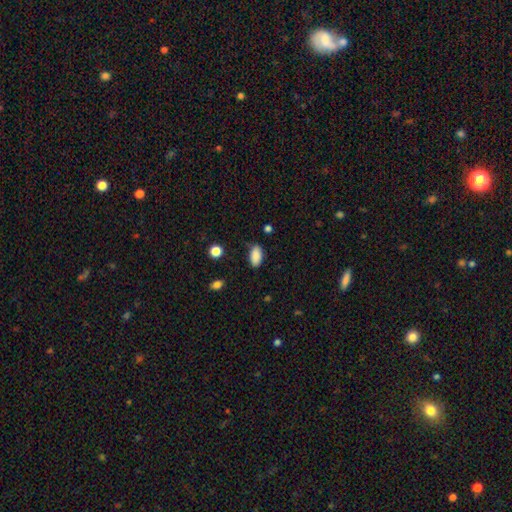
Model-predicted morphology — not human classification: smooth 88%, star or artifact 8%, featured or disk 4%. Down the decision tree: how rounded — in between (93%); merging — none (78%).